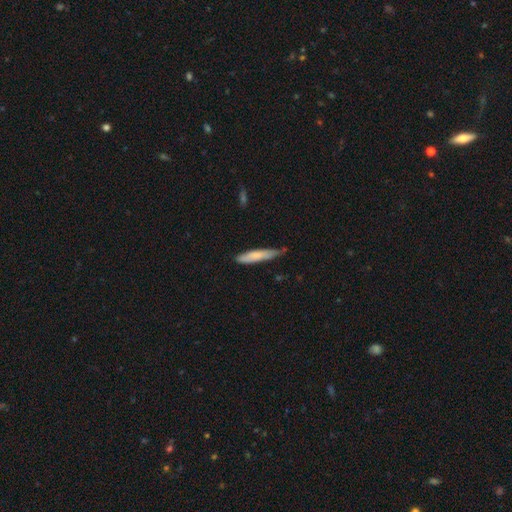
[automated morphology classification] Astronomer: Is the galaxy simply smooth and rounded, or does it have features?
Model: smooth — 75%.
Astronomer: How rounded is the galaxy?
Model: cigar-shaped — 86%.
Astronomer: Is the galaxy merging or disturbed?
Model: none — 57% (runner-up: minor disturbance, 35%).